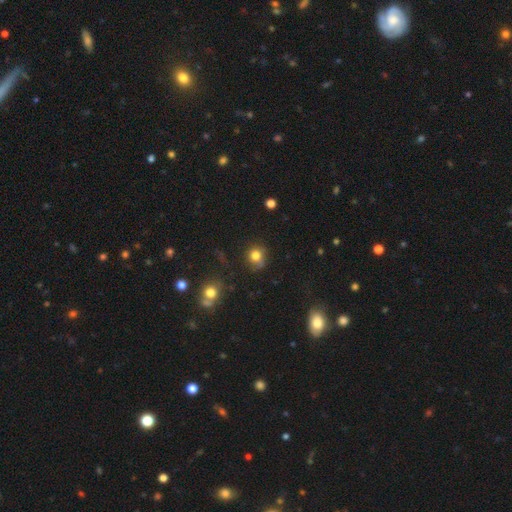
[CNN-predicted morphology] smooth_or_featured: smooth (p=0.78) [alt: star or artifact p=0.13]
how_rounded: round (p=0.80) [alt: in between p=0.19]
merging: none (p=0.61) [alt: minor disturbance p=0.24]